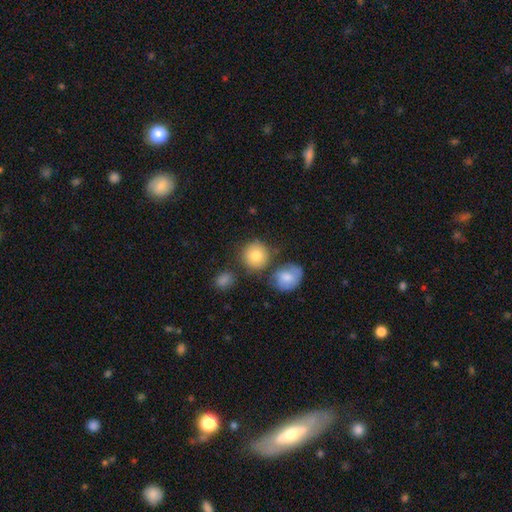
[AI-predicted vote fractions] smooth-or-featured: smooth: 83% | featured or disk: 9% | star or artifact: 8%
  how-rounded: round: 90% | in between: 9% | cigar-shaped: 1%
  merging: none: 70% | merger: 14% | minor disturbance: 12% | major disturbance: 4%